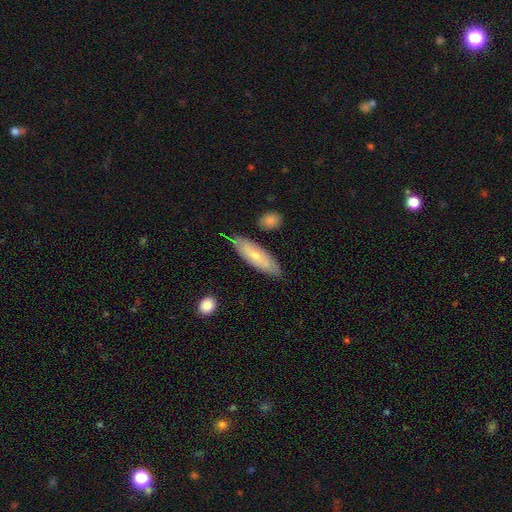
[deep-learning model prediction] smooth_or_featured: smooth (p=0.56) [alt: featured or disk p=0.38]
how_rounded: in between (p=0.50) [alt: cigar-shaped p=0.47]
merging: none (p=0.77) [alt: minor disturbance p=0.17]